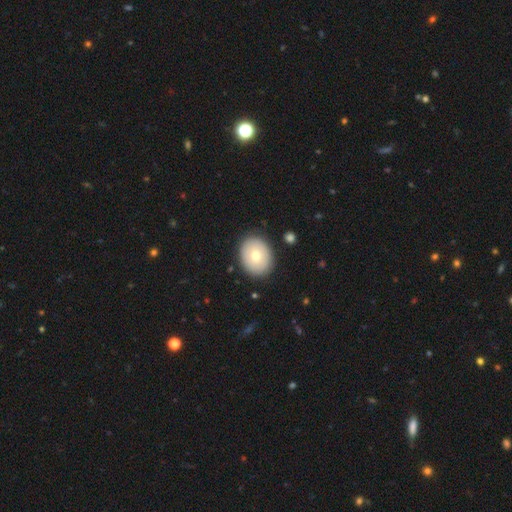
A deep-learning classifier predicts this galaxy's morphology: type=smooth (69%); roundness=in between (50%); merging=none (88%).